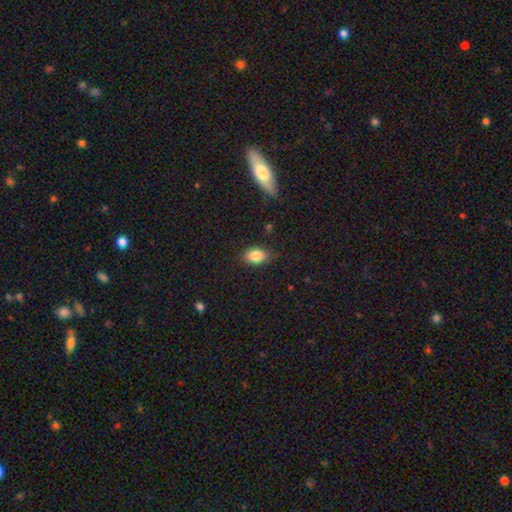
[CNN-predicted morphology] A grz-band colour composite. It shows a smooth galaxy with no disk features (84%) that is in between round and cigar-shaped (81%). Merging: none (74%).